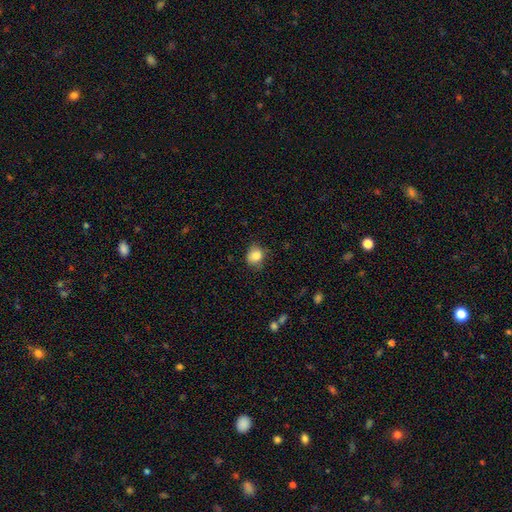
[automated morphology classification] A smooth galaxy with no disk features (83%) that is round (67%). Merging: none (69%).